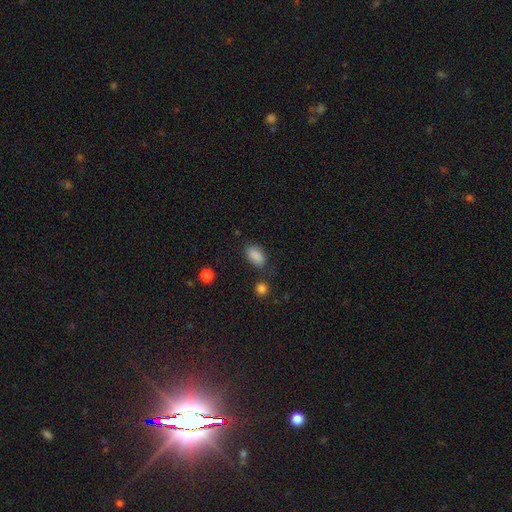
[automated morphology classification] smooth-or-featured: smooth: 88% | star or artifact: 8% | featured or disk: 4%
  how-rounded: in between: 91% | round: 6% | cigar-shaped: 3%
  merging: none: 77% | minor disturbance: 15% | major disturbance: 4% | merger: 4%